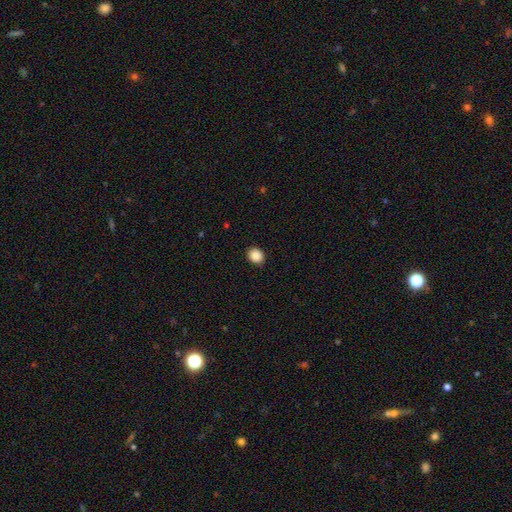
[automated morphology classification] smooth_or_featured: smooth (p=0.89) [alt: star or artifact p=0.09]
how_rounded: round (p=0.67) [alt: in between p=0.32]
merging: none (p=0.91) [alt: minor disturbance p=0.06]